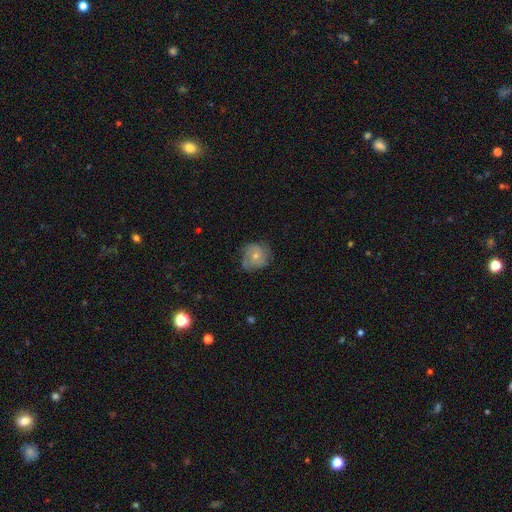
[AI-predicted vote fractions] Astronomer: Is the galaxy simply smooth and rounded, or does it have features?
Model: featured or disk — 50% (runner-up: smooth, 42%).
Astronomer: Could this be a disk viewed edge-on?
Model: no — 97%.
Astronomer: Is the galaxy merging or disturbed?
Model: none — 62%.